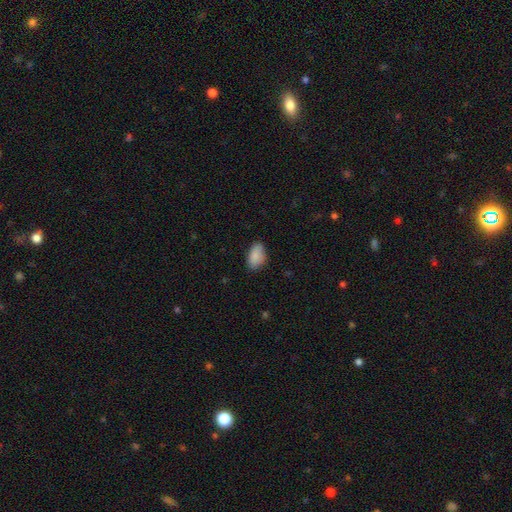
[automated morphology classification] Smooth or featured? smooth (89%)
How rounded? in between (93%)
Merging? none (80%)